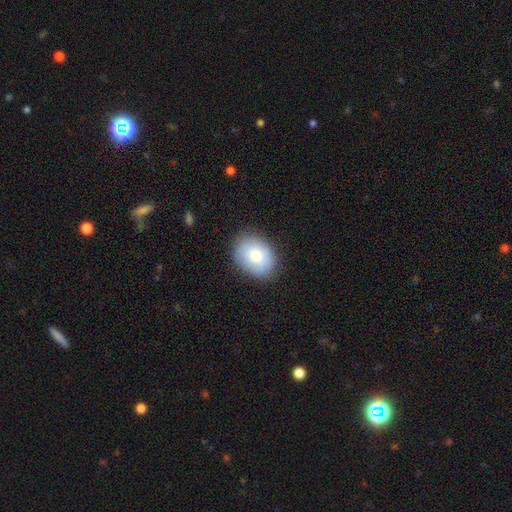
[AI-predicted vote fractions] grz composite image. It shows a smooth galaxy with no disk features (80%) that is in between round and cigar-shaped (65%). Merging: none (84%).